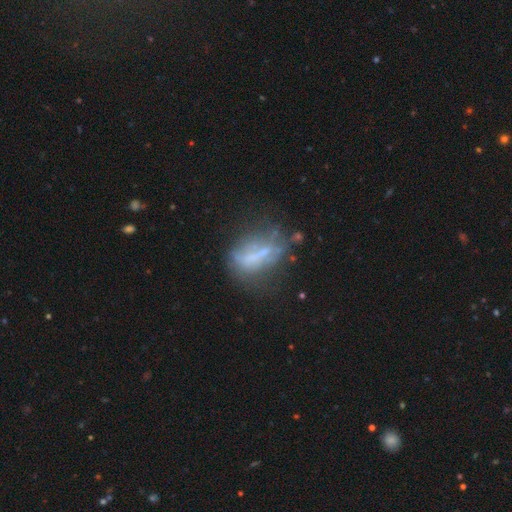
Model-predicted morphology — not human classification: The model was most divided on "smooth or featured": featured or disk: 49%, smooth: 36%, star or artifact: 15%. Remaining: merging — none (44%).